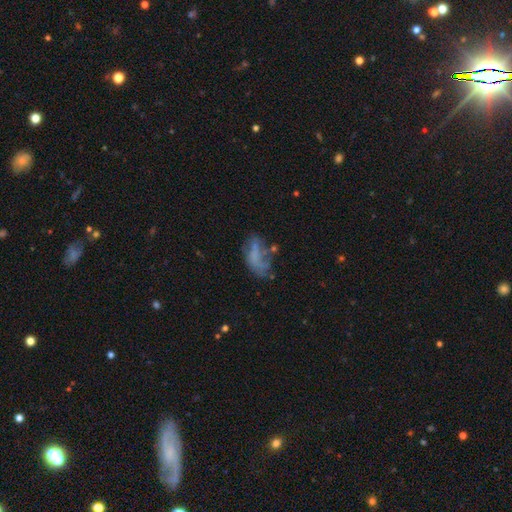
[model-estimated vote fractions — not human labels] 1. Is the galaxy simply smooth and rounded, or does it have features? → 43% featured or disk (tied), 43% smooth (tied), 14% star or artifact.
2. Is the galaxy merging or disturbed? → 34% major disturbance, 33% none, 24% minor disturbance, 9% merger.